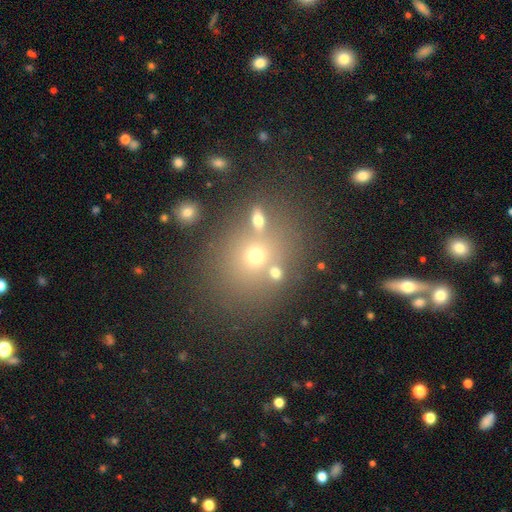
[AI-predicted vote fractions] smooth_or_featured: smooth (p=0.63) [alt: star or artifact p=0.22]
how_rounded: round (p=0.72) [alt: in between p=0.27]
merging: none (p=0.64) [alt: merger p=0.20]